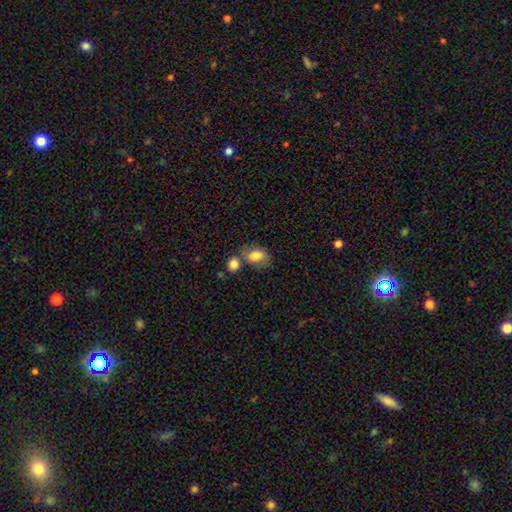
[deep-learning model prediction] Smooth or featured? Predicted: smooth (p=0.79). How rounded? Predicted: in between (p=0.77). Merging? Predicted: none (p=0.48).